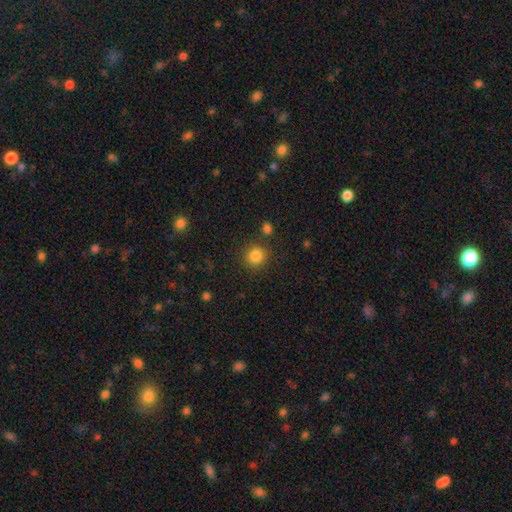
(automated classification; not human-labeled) Smooth or featured: smooth — 84% (star or artifact — 11%)
How rounded: round — 90% (in between — 10%)
Merging: none — 84% (minor disturbance — 8%)